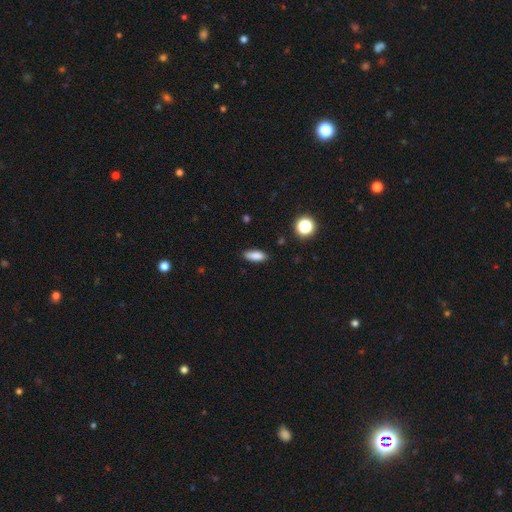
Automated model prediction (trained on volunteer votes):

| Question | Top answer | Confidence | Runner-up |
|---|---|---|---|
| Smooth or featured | smooth | 85% | star or artifact (9%) |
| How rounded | in between | 74% | cigar-shaped (23%) |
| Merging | none | 86% | minor disturbance (11%) |